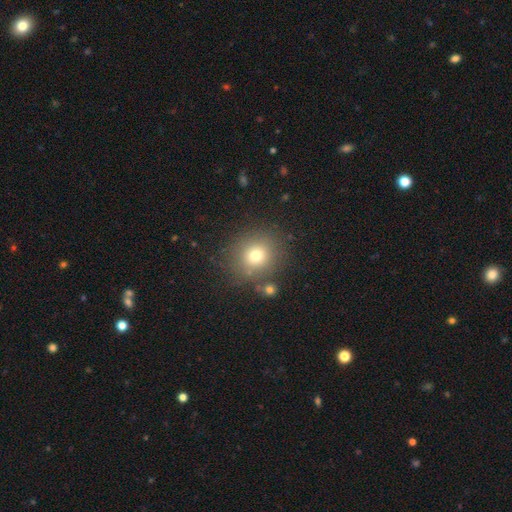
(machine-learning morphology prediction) A smooth galaxy with no disk features (74%) that is round (85%). Merging: none (81%).